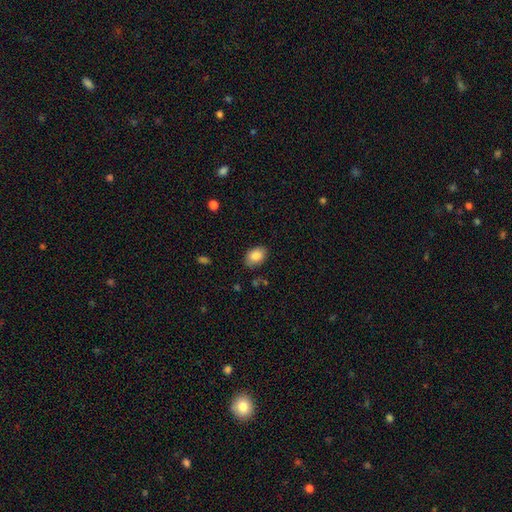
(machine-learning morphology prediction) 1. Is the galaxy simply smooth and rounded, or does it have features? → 87% smooth, 7% star or artifact, 5% featured or disk.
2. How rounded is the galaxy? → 84% in between, 15% round, 1% cigar-shaped.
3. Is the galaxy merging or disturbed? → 82% none, 13% minor disturbance, 3% major disturbance, 1% merger.